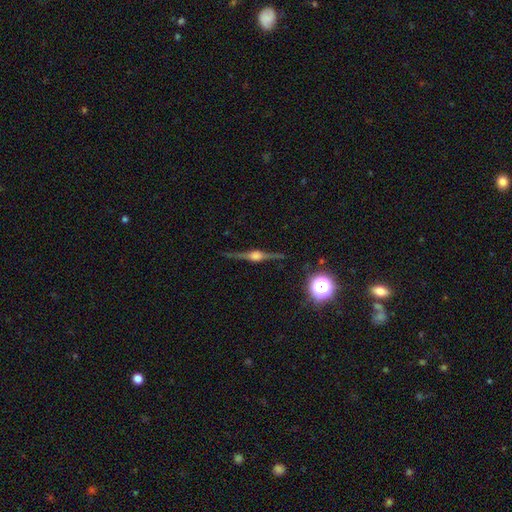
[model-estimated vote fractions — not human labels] smooth_or_featured: featured or disk (p=0.85) [alt: star or artifact p=0.08]
disk_edge_on: yes (p=0.98) [alt: no p=0.02]
edge_on_bulge: rounded (p=0.90) [alt: boxy p=0.09]
merging: none (p=0.88) [alt: minor disturbance p=0.08]